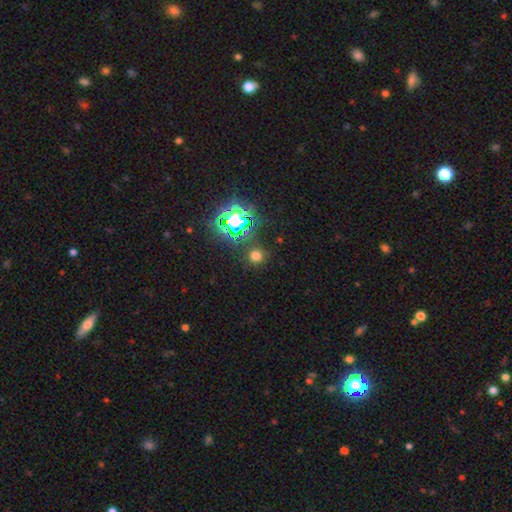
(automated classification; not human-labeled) Morphology: type=smooth (63%); roundness=round (91%); merging=none (86%).